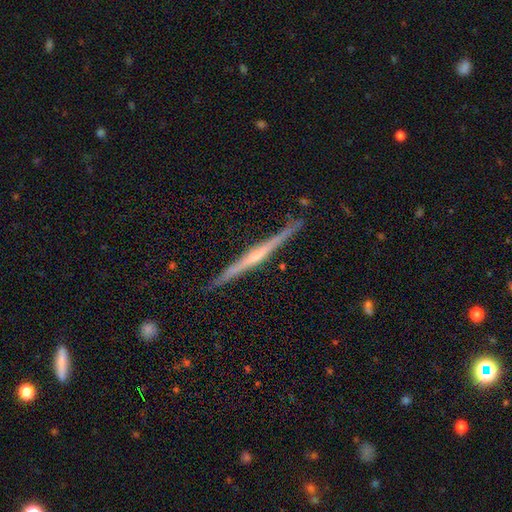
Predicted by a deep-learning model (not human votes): smooth-or-featured: featured or disk: 79% | smooth: 15% | star or artifact: 6%
  disk-edge-on: yes: 98% | no: 2%
    edge-on-bulge: rounded: 59% | none: 31% | boxy: 10%
  merging: none: 90% | minor disturbance: 7% | major disturbance: 1% | merger: 1%